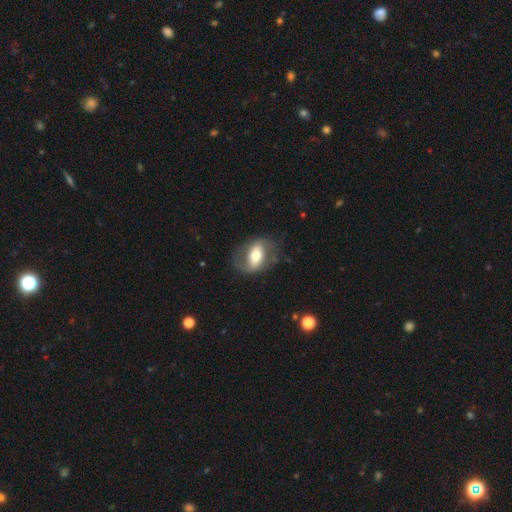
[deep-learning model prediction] Smooth or featured? featured or disk (65%)
Edge-on disk? no (94%)
Bar? strong (42%)
Spiral arms? yes (77%)
Bulge size? moderate (61%)
Merging? none (71%)